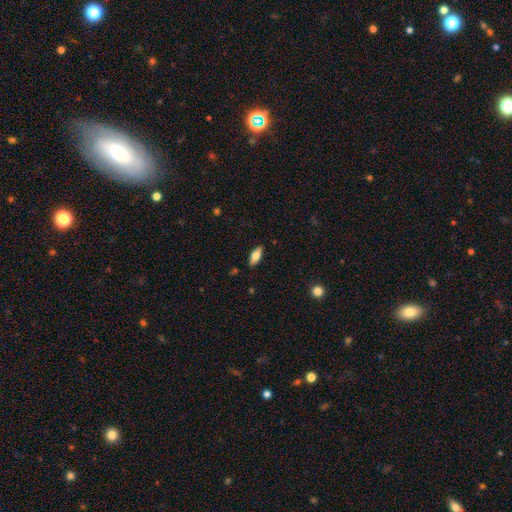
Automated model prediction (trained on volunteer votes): Q: Smooth or featured?
A: smooth (59%); runner-up: featured or disk (34%)
Q: How rounded?
A: in between (75%); runner-up: cigar-shaped (22%)
Q: Merging?
A: none (87%); runner-up: minor disturbance (9%)